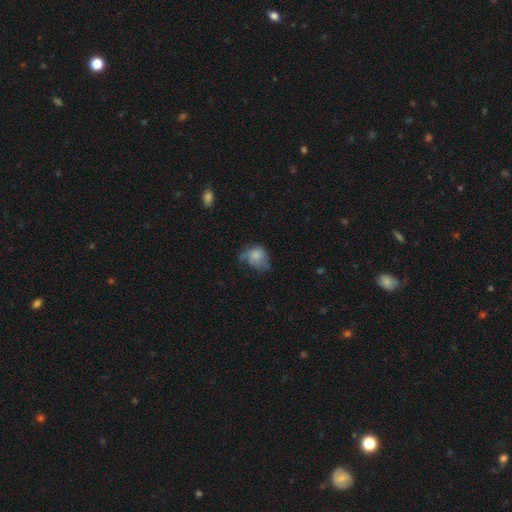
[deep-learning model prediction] A smooth galaxy with no disk features (67%) that is in between round and cigar-shaped (51%). Merging: minor disturbance (34%).